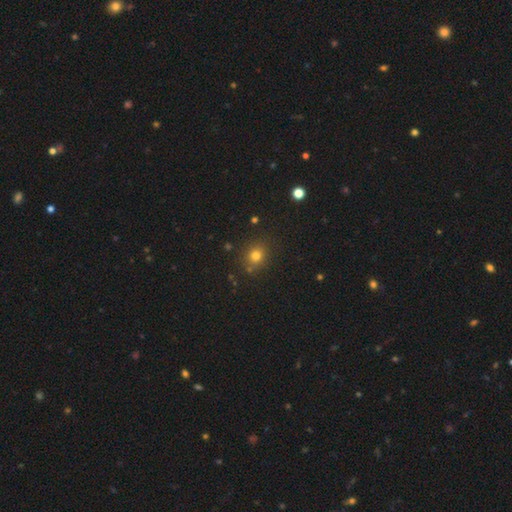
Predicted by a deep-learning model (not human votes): A smooth galaxy with no disk features (76%) that is round (75%). Merging: none (84%).